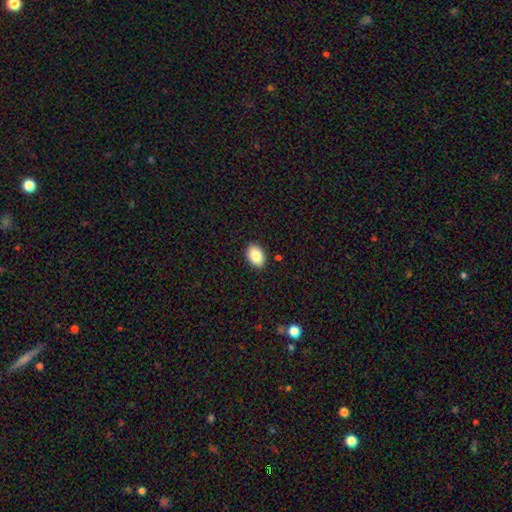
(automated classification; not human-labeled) Smooth or featured: smooth — 86% (star or artifact — 7%)
How rounded: in between — 87% (round — 12%)
Merging: none — 89% (minor disturbance — 8%)